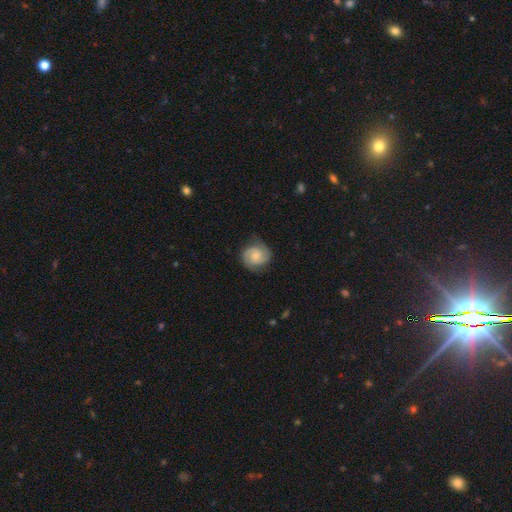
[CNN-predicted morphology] Smooth or featured? Predicted: featured or disk (p=0.77). Edge-on disk? Predicted: no (p=0.98). Bar? Predicted: no (p=0.65). Spiral arms? Predicted: yes (p=0.97). Spiral winding? Predicted: tight (p=0.51). Spiral arm count? Predicted: 2 (p=0.89). Bulge size? Predicted: small (p=0.53). Merging? Predicted: none (p=0.79).